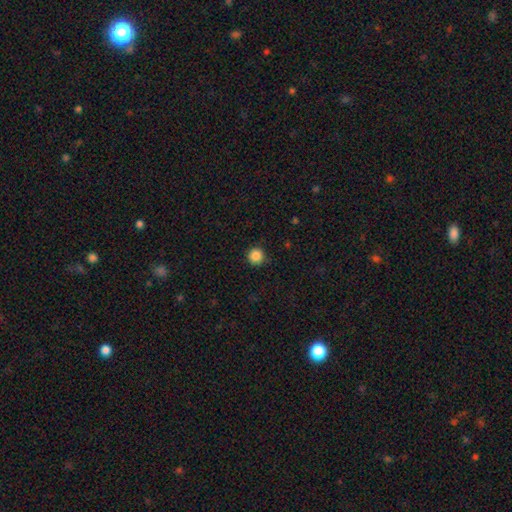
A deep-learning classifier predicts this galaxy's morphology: Smooth or featured? smooth (86%)
How rounded? round (96%)
Merging? none (91%)